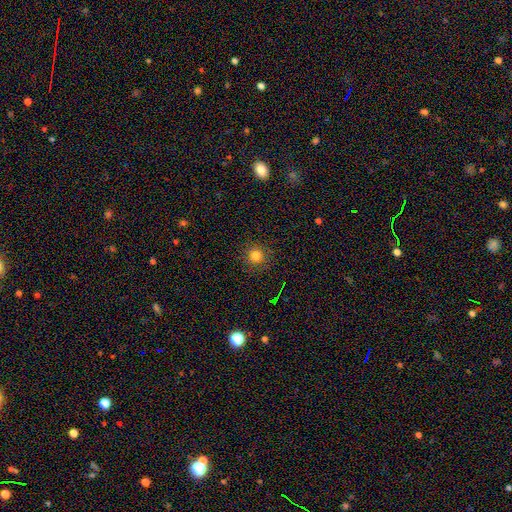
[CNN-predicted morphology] Overall: smooth (80%). How rounded: round (94%). Merging: none (89%).